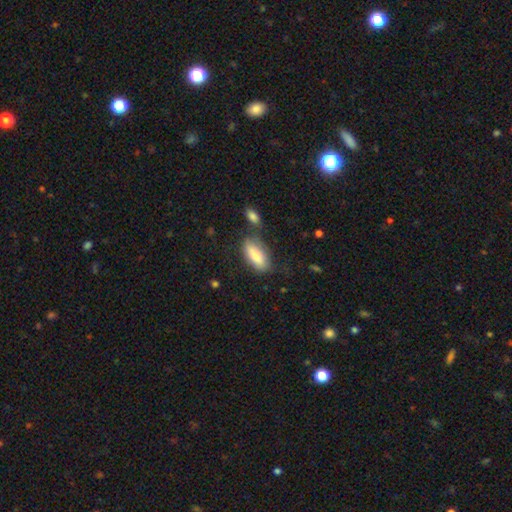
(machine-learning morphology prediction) Q: Smooth or featured?
A: smooth (81%); runner-up: featured or disk (13%)
Q: How rounded?
A: in between (82%); runner-up: cigar-shaped (16%)
Q: Merging?
A: none (63%); runner-up: minor disturbance (19%)